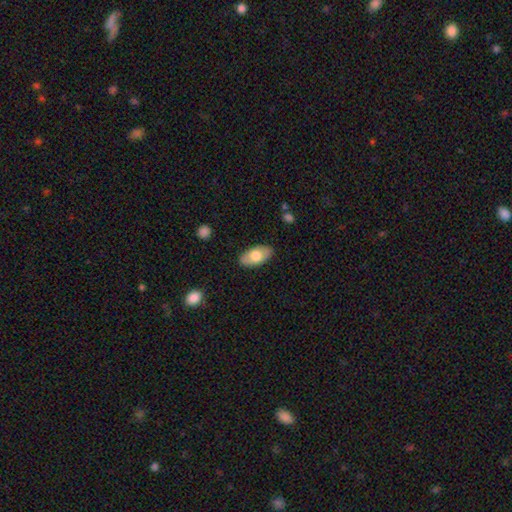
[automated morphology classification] Overall: smooth (71%). How rounded: in between (94%). Merging: none (86%).